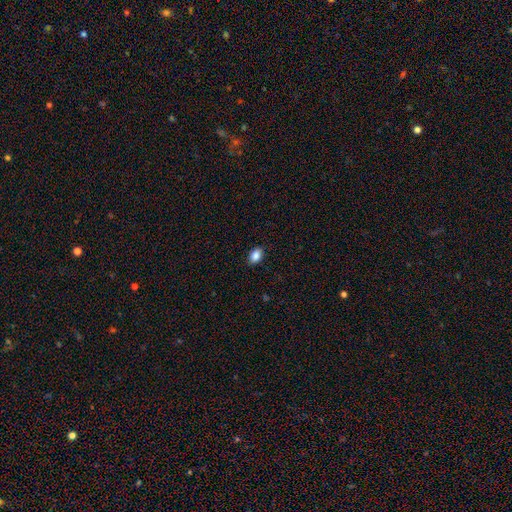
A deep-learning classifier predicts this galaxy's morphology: Smooth or featured: smooth — 87% (star or artifact — 8%)
How rounded: in between — 87% (round — 11%)
Merging: none — 88% (minor disturbance — 9%)